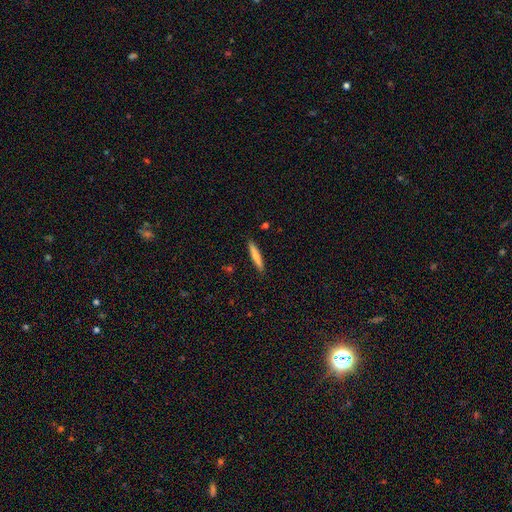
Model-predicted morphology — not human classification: A smooth galaxy with no disk features (72%) that is cigar-shaped (90%). Merging: none (89%).